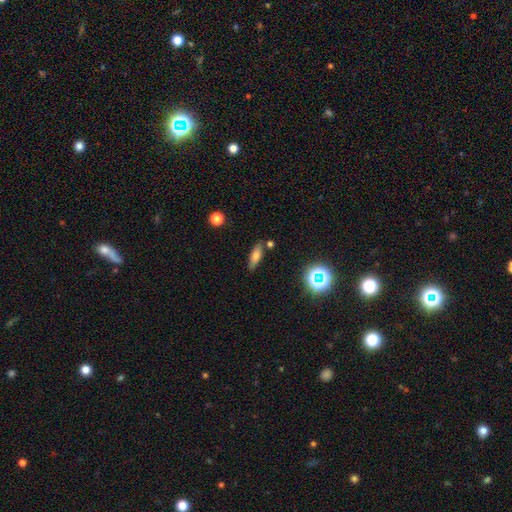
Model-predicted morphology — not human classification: This appears to be a smooth galaxy with no disk features (64%) that is in between round and cigar-shaped (52%). Merging: none (81%).